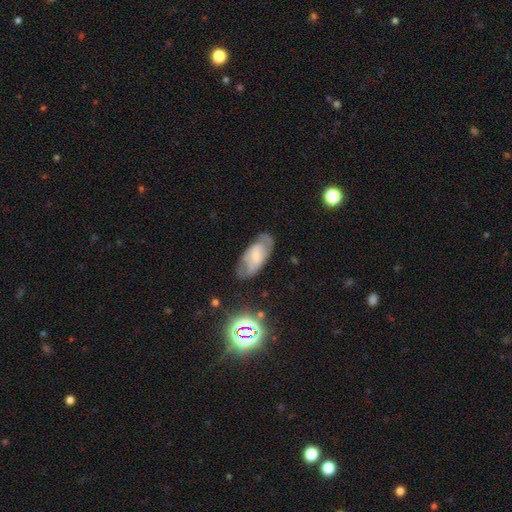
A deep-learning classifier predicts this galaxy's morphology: featured or disk 56%, smooth 35%, star or artifact 9%. Down the decision tree: edge-on disk — no (91%); bar — no (44%); spiral arms — yes (69%); bulge size — small (57%); merging — none (65%).